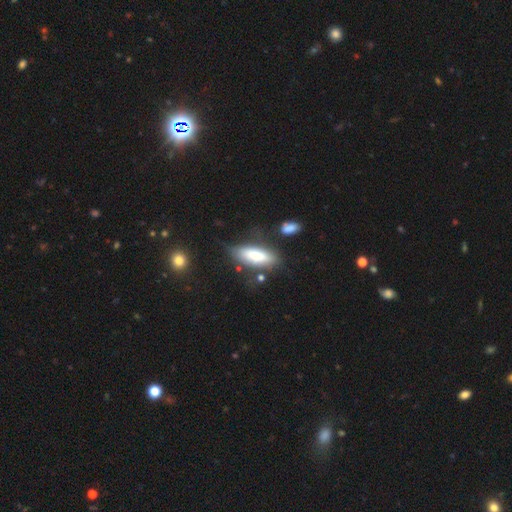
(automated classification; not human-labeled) A smooth galaxy with no disk features (72%) that is in between round and cigar-shaped (64%).

Vote fractions:
- Smooth or featured? smooth: 72% / featured or disk: 21% / star or artifact: 6%
- How rounded? in between: 64% / cigar-shaped: 34% / round: 2%
- Merging? none: 65% / minor disturbance: 20% / major disturbance: 8% / merger: 7%